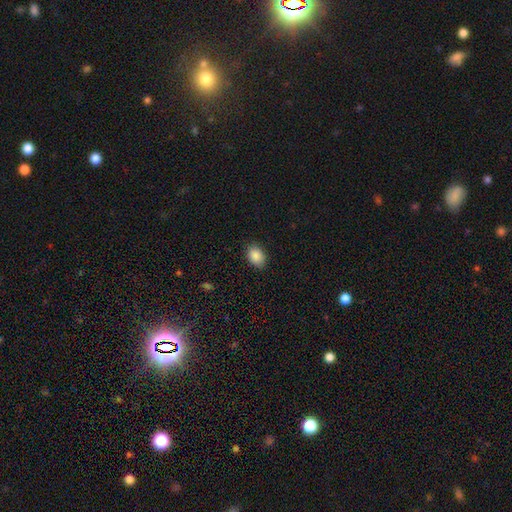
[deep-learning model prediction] smooth_or_featured: smooth (p=0.89) [alt: star or artifact p=0.07]
how_rounded: in between (p=0.82) [alt: round p=0.17]
merging: none (p=0.86) [alt: minor disturbance p=0.10]